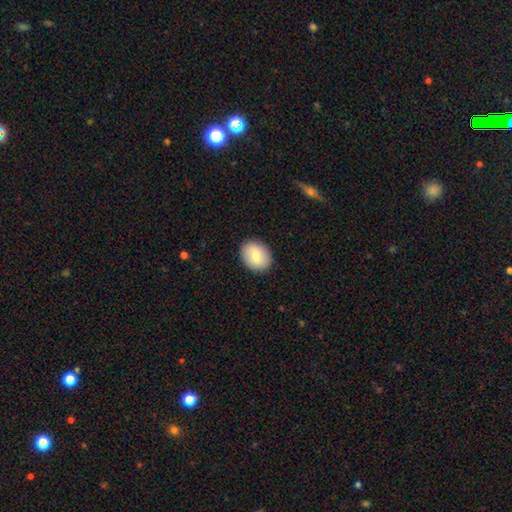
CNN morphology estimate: Q: Smooth or featured?
A: smooth (78%); runner-up: featured or disk (16%)
Q: How rounded?
A: in between (56%); runner-up: round (43%)
Q: Merging?
A: none (89%); runner-up: minor disturbance (8%)